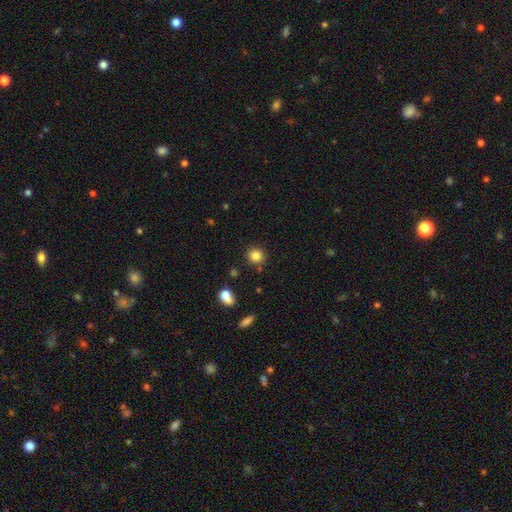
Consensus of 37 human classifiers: smooth_or_featured: smooth (p=0.86) [alt: featured or disk p=0.08]
how_rounded: round (p=0.94) [alt: in between p=0.06]
merging: none (p=0.83) [alt: minor disturbance p=0.09]